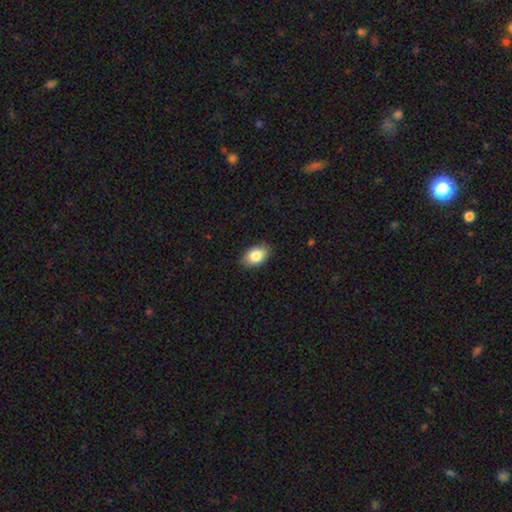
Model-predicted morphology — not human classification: A smooth galaxy with no disk features (85%) that is in between round and cigar-shaped (89%).

Vote fractions:
- Smooth or featured? smooth: 85% / featured or disk: 8% / star or artifact: 7%
- How rounded? in between: 89% / round: 10% / cigar-shaped: 1%
- Merging? none: 86% / minor disturbance: 10% / major disturbance: 2% / merger: 1%